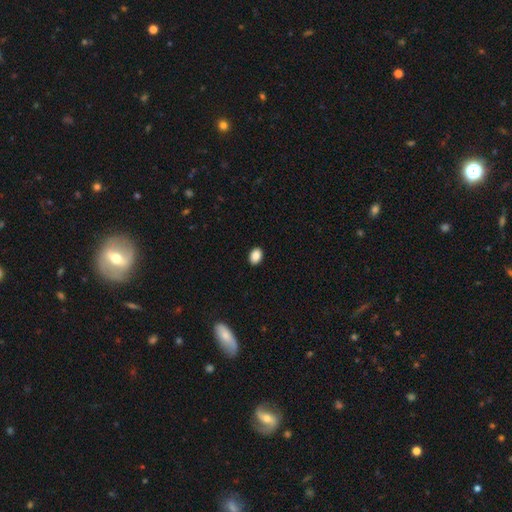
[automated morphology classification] Smooth or featured?
  - smooth: 89% *
  - star or artifact: 8%
  - featured or disk: 3%
How rounded?
  - in between: 82% *
  - round: 17%
  - cigar-shaped: 1%
Merging?
  - none: 90% *
  - minor disturbance: 7%
  - major disturbance: 2%
  - merger: 1%